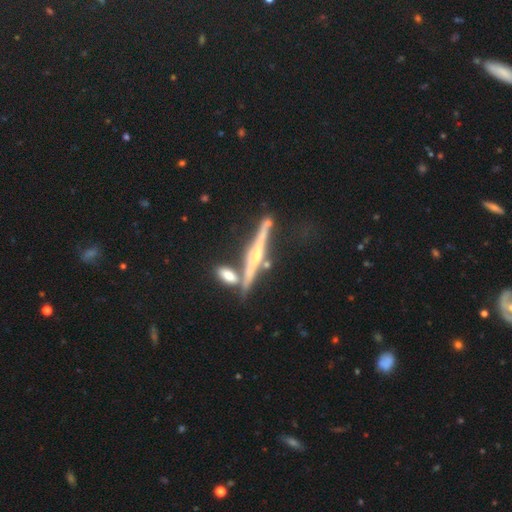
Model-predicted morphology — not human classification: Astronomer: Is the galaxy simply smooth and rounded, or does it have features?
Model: featured or disk — 80%.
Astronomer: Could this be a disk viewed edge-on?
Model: yes — 97%.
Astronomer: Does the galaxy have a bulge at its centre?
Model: rounded — 77%.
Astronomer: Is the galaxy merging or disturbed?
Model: none — 68%.